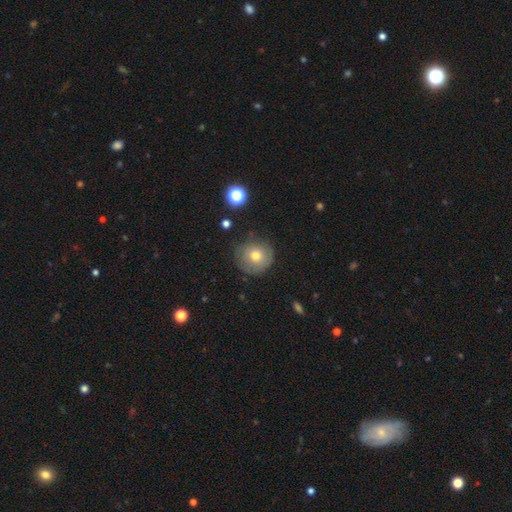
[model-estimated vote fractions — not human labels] Smooth or featured: smooth — 71% (featured or disk — 19%)
How rounded: round — 91% (in between — 8%)
Merging: none — 72% (minor disturbance — 20%)